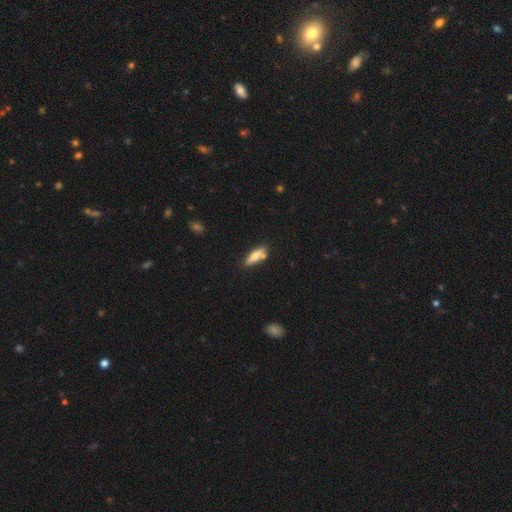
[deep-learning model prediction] Q: Smooth or featured?
A: smooth (58%); runner-up: featured or disk (36%)
Q: How rounded?
A: cigar-shaped (59%); runner-up: in between (39%)
Q: Merging?
A: none (74%); runner-up: minor disturbance (13%)